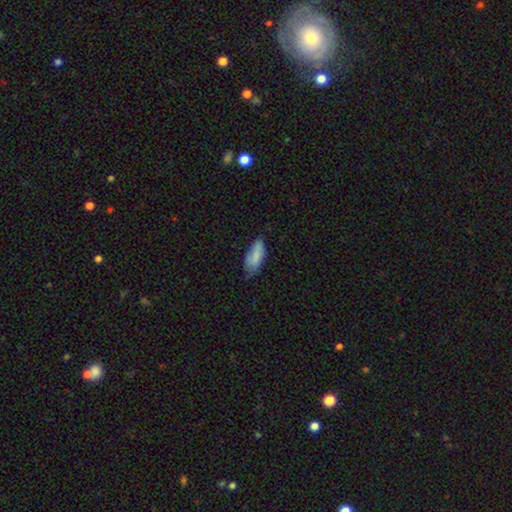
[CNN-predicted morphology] smooth-or-featured: smooth: 80% | featured or disk: 13% | star or artifact: 7%
  how-rounded: in between: 79% | cigar-shaped: 19% | round: 2%
  merging: none: 54% | minor disturbance: 36% | major disturbance: 9% | merger: 2%